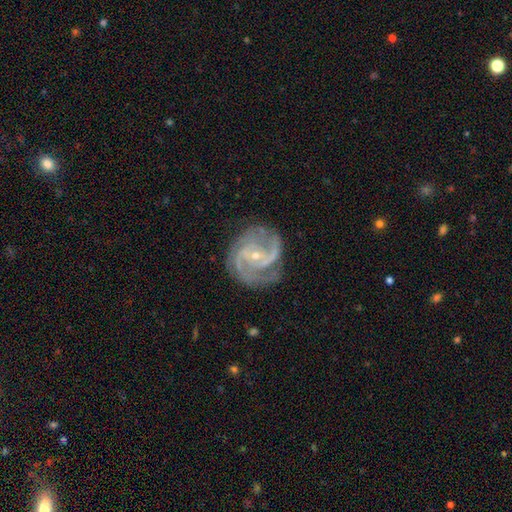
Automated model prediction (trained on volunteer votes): Q: Smooth or featured?
A: featured or disk (91%); runner-up: star or artifact (5%)
Q: Edge-on disk?
A: no (98%); runner-up: yes (2%)
Q: Bar?
A: no (46%); runner-up: weak (37%)
Q: Spiral arms?
A: yes (98%); runner-up: no (2%)
Q: Spiral winding?
A: medium (49%); runner-up: tight (42%)
Q: Spiral arm count?
A: 2 (48%); runner-up: 3 (31%)
Q: Bulge size?
A: small (75%); runner-up: moderate (22%)
Q: Merging?
A: none (74%); runner-up: minor disturbance (17%)